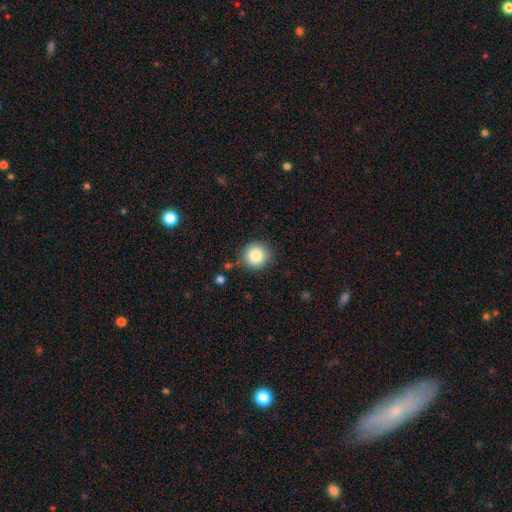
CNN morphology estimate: smooth-or-featured: smooth: 84% | star or artifact: 10% | featured or disk: 6%
  how-rounded: round: 92% | in between: 7% | cigar-shaped: 1%
  merging: none: 85% | minor disturbance: 10% | major disturbance: 3% | merger: 2%